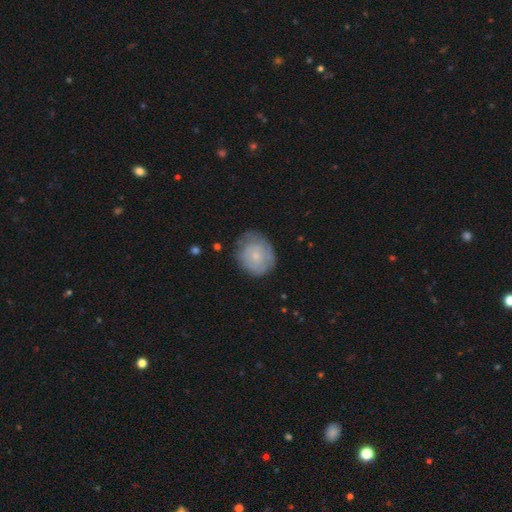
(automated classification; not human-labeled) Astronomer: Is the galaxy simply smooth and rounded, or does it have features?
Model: smooth — 51% (runner-up: featured or disk, 42%).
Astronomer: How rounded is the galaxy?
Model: round — 74%.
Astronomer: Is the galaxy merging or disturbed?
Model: none — 65%.